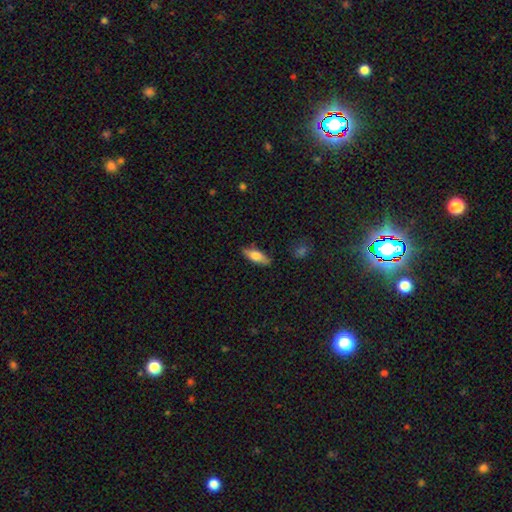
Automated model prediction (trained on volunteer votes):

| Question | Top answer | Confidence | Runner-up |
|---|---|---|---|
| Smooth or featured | smooth | 68% | featured or disk (26%) |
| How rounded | in between | 63% | cigar-shaped (34%) |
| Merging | none | 84% | minor disturbance (12%) |